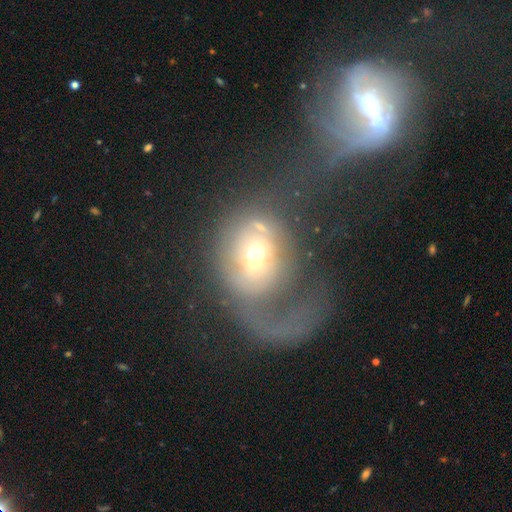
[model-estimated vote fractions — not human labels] This is possibly a featured or disk galaxy (50%). It is clearly not viewed edge-on (95%). Merging: likely major disturbance (64%).